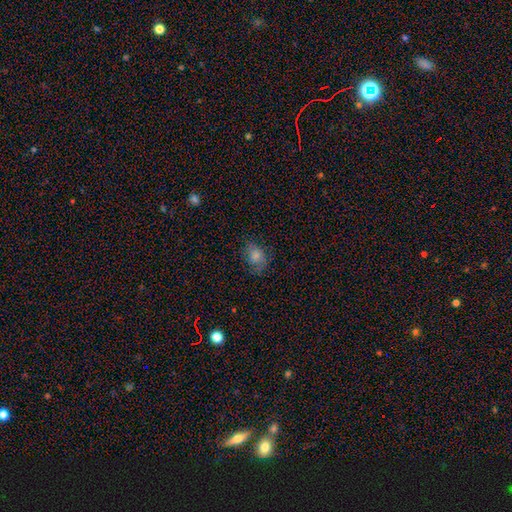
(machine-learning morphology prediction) Smooth or featured? Predicted: smooth (p=0.76). How rounded? Predicted: in between (p=0.69). Merging? Predicted: none (p=0.65).